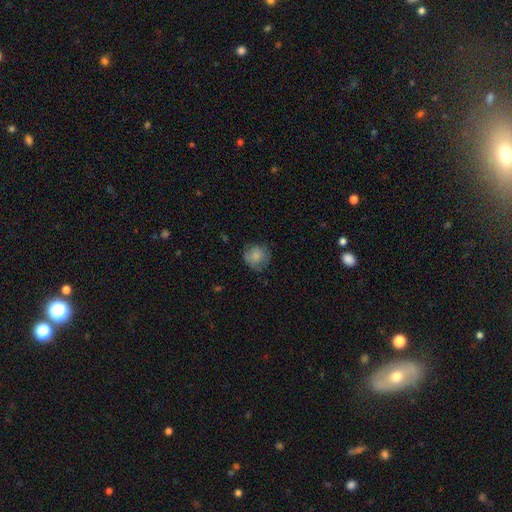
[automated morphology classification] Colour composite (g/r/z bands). It shows a smooth galaxy with no disk features (79%) that is round (89%). Merging: none (71%).